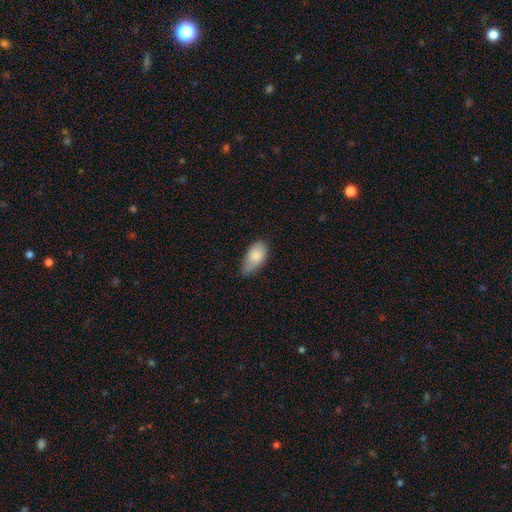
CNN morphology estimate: type=smooth (83%); roundness=in between (93%); merging=none (54%).